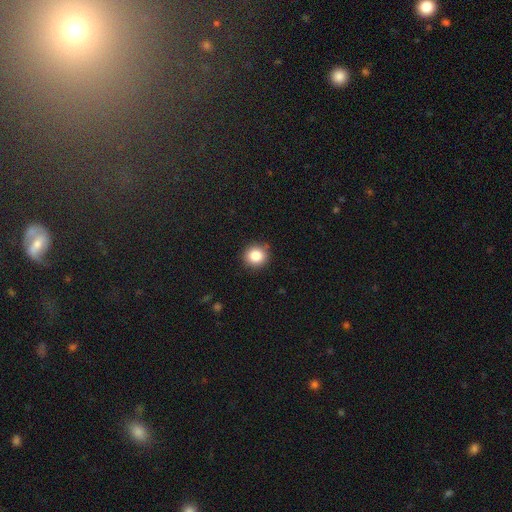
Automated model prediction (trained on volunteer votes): smooth 84%, star or artifact 11%, featured or disk 5%. Down the decision tree: how rounded — round (91%); merging — none (88%).